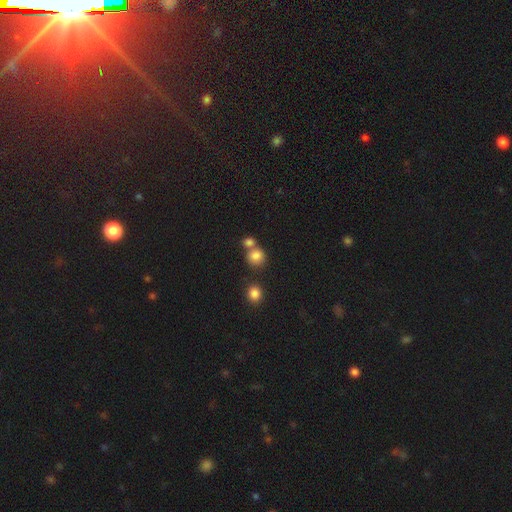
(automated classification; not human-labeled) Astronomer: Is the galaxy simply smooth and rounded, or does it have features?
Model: smooth — 81%.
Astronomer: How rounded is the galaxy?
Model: round — 79%.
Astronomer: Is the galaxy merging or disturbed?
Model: none — 49% (runner-up: merger, 39%).